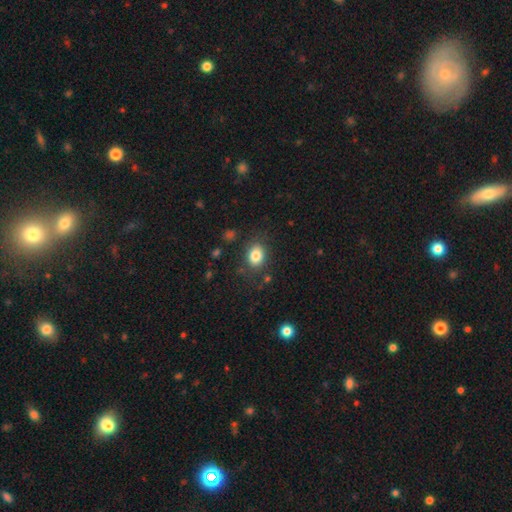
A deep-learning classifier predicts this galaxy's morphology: Smooth or featured: smooth — 82% (star or artifact — 10%)
How rounded: in between — 58% (round — 41%)
Merging: none — 81% (minor disturbance — 12%)